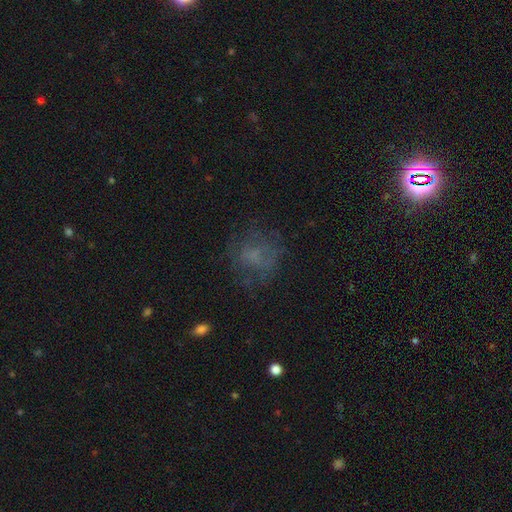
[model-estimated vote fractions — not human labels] Smooth or featured: smooth — 46% (featured or disk — 32%)
Merging: none — 63% (minor disturbance — 18%)